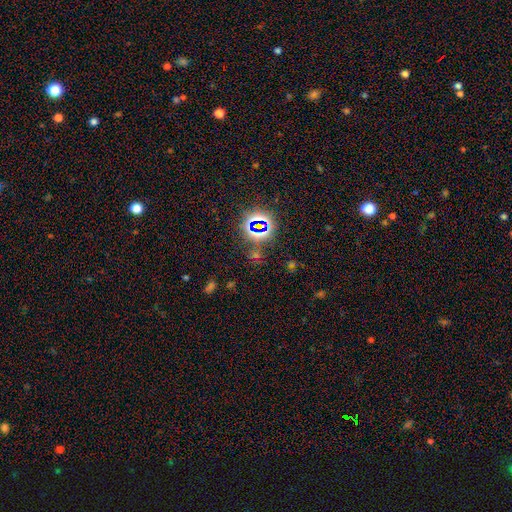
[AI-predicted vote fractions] star or artifact 67%, smooth 25%, featured or disk 8%.